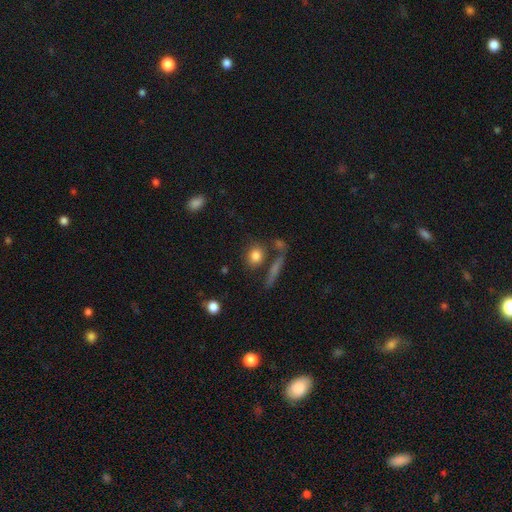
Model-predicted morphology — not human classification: type=smooth (82%); roundness=round (65%); merging=none (70%).